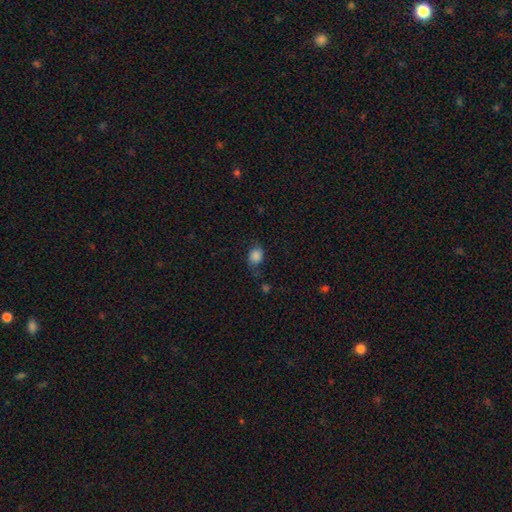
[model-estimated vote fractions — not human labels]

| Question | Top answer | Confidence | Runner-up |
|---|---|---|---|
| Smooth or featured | smooth | 79% | featured or disk (11%) |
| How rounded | in between | 52% | round (47%) |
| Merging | none | 55% | minor disturbance (27%) |